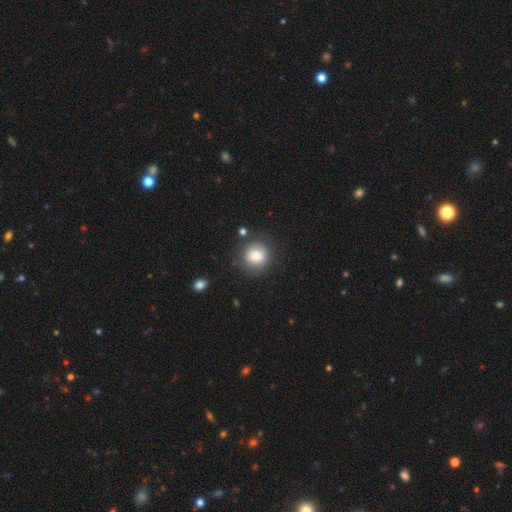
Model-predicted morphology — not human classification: A smooth galaxy with no disk features (77%) that is round (87%). Merging: none (78%).